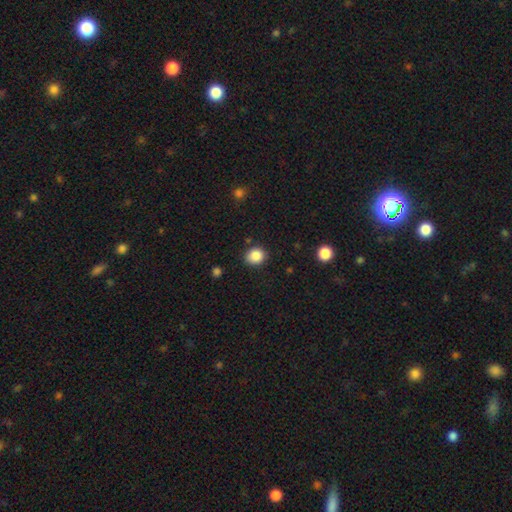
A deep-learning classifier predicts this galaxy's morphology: Smooth or featured: smooth — 87% (star or artifact — 10%)
How rounded: round — 72% (in between — 28%)
Merging: none — 84% (minor disturbance — 11%)